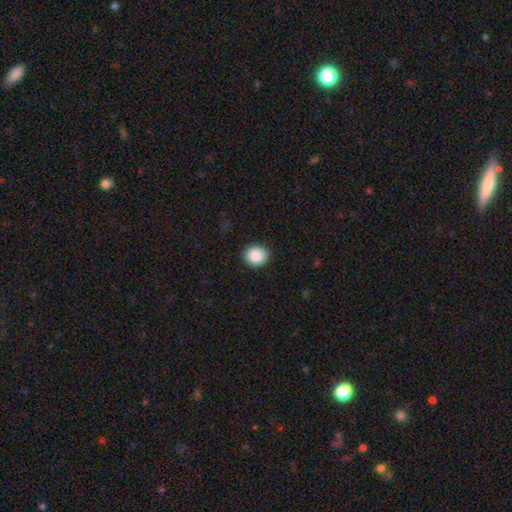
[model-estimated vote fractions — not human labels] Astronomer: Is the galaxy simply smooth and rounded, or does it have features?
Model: smooth — 88%.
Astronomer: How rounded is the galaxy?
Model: round — 75%.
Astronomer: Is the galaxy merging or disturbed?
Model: none — 89%.